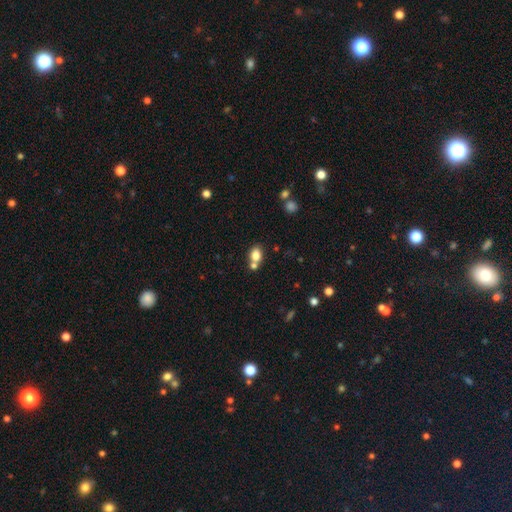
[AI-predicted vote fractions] A smooth galaxy with no disk features (81%) that is in between round and cigar-shaped (64%).

Vote fractions:
- Smooth or featured? smooth: 81% / star or artifact: 11% / featured or disk: 8%
- How rounded? in between: 64% / round: 35% / cigar-shaped: 1%
- Merging? none: 55% / merger: 31% / minor disturbance: 11% / major disturbance: 4%